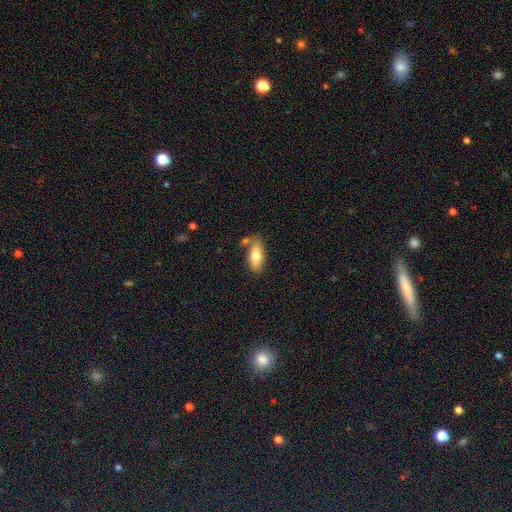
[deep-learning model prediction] A smooth galaxy with no disk features (73%) that is in between round and cigar-shaped (85%).

Vote fractions:
- Smooth or featured? smooth: 73% / featured or disk: 20% / star or artifact: 7%
- How rounded? in between: 85% / cigar-shaped: 12% / round: 3%
- Merging? none: 67% / minor disturbance: 16% / merger: 13% / major disturbance: 4%